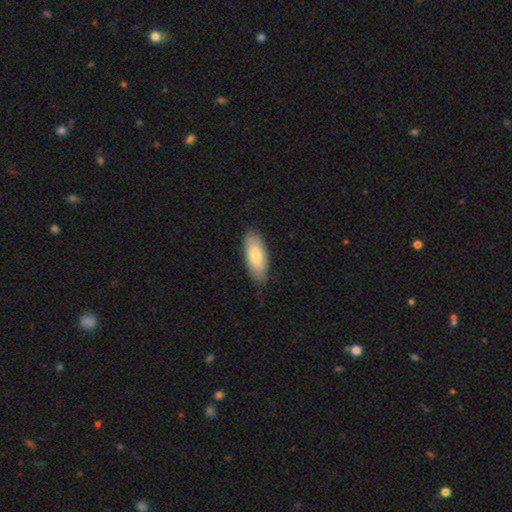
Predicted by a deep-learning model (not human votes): Smooth or featured? Predicted: smooth (p=0.75). How rounded? Predicted: in between (p=0.81). Merging? Predicted: none (p=0.80).